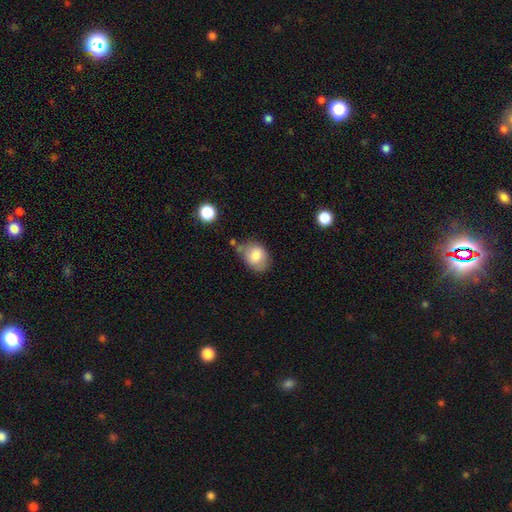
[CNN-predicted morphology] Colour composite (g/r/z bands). It shows a smooth galaxy with no disk features (77%) that is in between round and cigar-shaped (62%). Merging: none (56%).